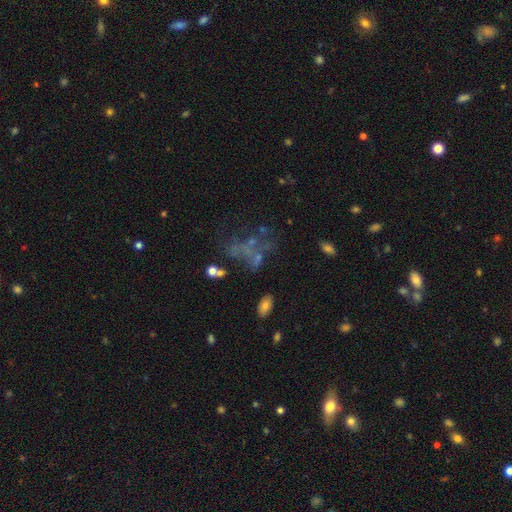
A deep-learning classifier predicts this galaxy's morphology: The model was most divided on "merging": none: 37%, major disturbance: 32%, merger: 16%, minor disturbance: 15%. Remaining: smooth or featured — featured or disk (43%).